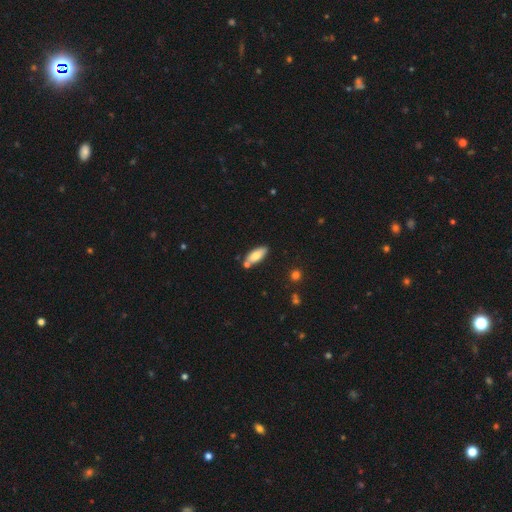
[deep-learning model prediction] Overall: smooth (78%). How rounded: in between (78%). Merging: none (70%).